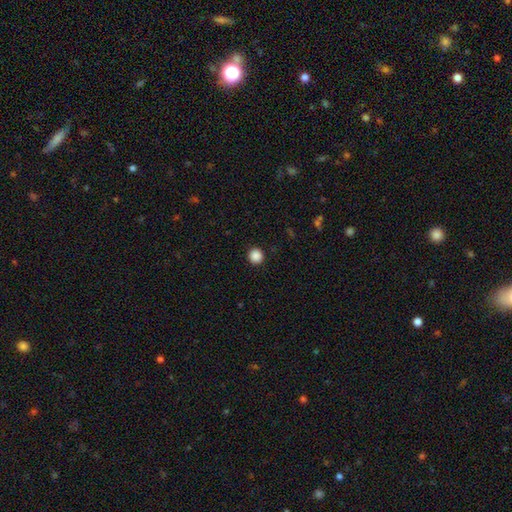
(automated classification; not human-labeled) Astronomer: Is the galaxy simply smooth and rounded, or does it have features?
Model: smooth — 88%.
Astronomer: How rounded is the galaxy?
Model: round — 95%.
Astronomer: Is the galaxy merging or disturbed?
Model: none — 93%.